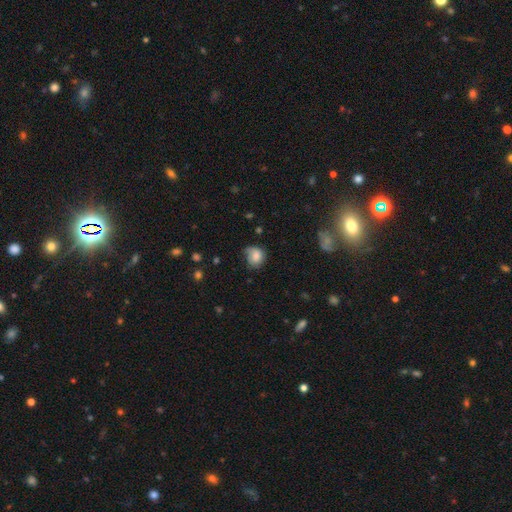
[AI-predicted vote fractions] smooth 78%, featured or disk 14%, star or artifact 9%. Down the decision tree: how rounded — round (67%); merging — none (50%).